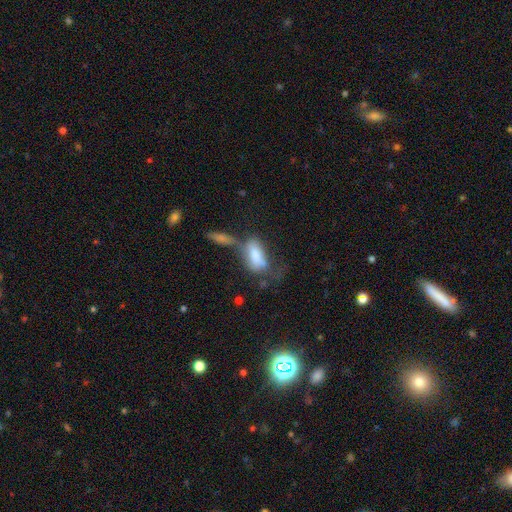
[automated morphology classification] Smooth or featured?
  - smooth: 67% *
  - featured or disk: 25%
  - star or artifact: 8%
How rounded?
  - in between: 86% *
  - cigar-shaped: 11%
  - round: 4%
Merging?
  - merger: 38% *
  - none: 23%
  - major disturbance: 22%
  - minor disturbance: 17%